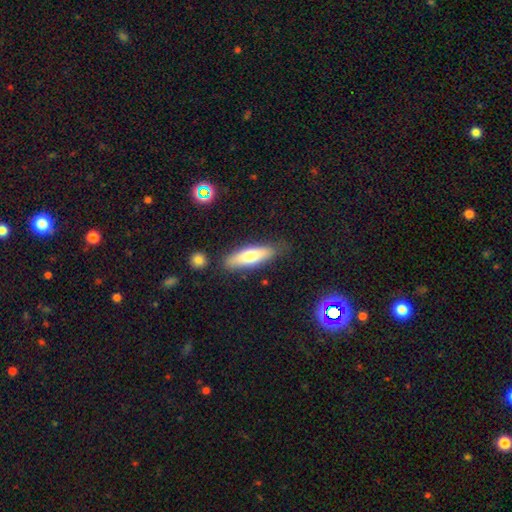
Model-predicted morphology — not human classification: A smooth galaxy with no disk features (59%) that is cigar-shaped (63%).

Vote fractions:
- Smooth or featured? smooth: 59% / featured or disk: 32% / star or artifact: 9%
- How rounded? cigar-shaped: 63% / in between: 34% / round: 3%
- Merging? none: 83% / minor disturbance: 12% / major disturbance: 3% / merger: 2%